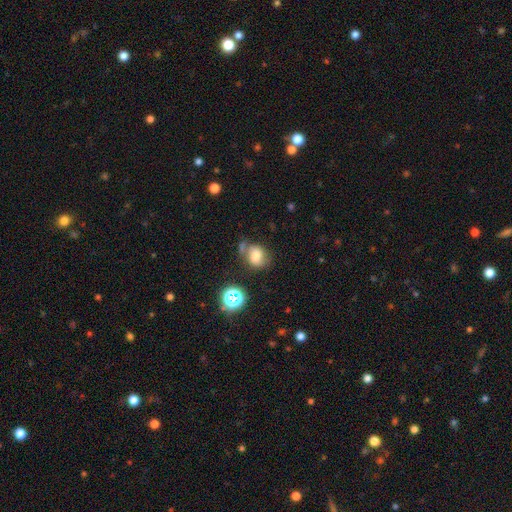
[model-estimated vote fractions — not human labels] This is likely a smooth galaxy (67%). How rounded: possibly round (56%). Merging: possibly none (50%).